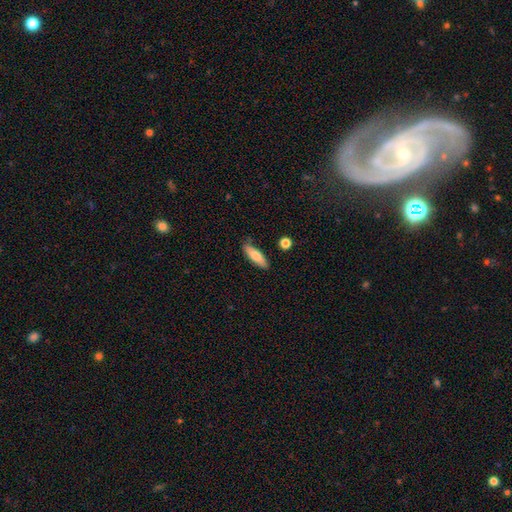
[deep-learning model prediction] This appears to be a smooth galaxy with no disk features (77%) that is cigar-shaped (50%). Merging: none (81%).